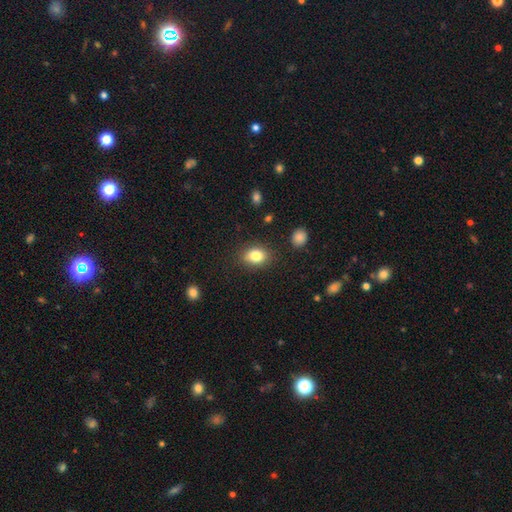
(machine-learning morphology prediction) Overall: smooth (83%). How rounded: in between (68%; round 31%). Merging: none (84%).